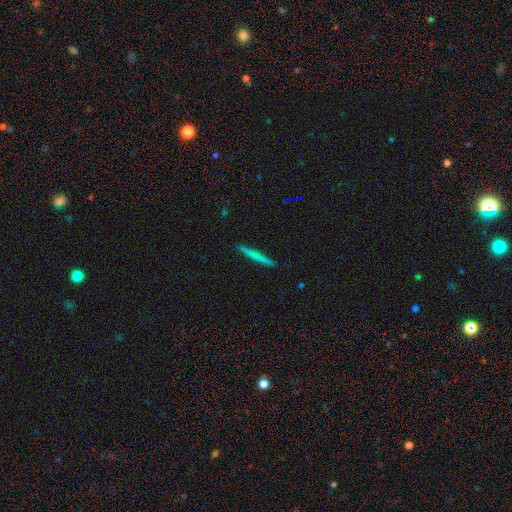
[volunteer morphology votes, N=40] type=smooth (62%); roundness=cigar-shaped (96%); merging=none (95%).